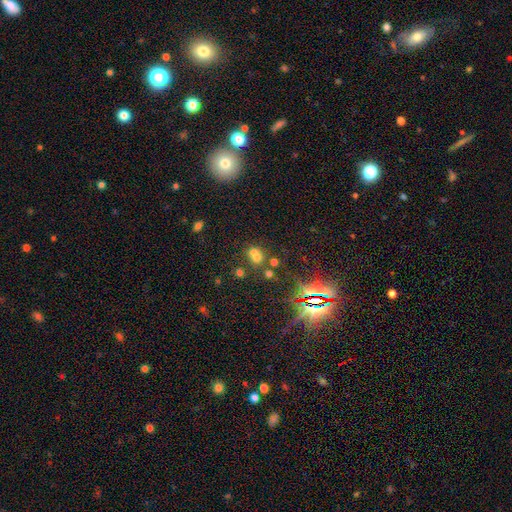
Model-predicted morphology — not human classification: A smooth galaxy with no disk features (54%) that is round (78%). Merging: merger (51%).